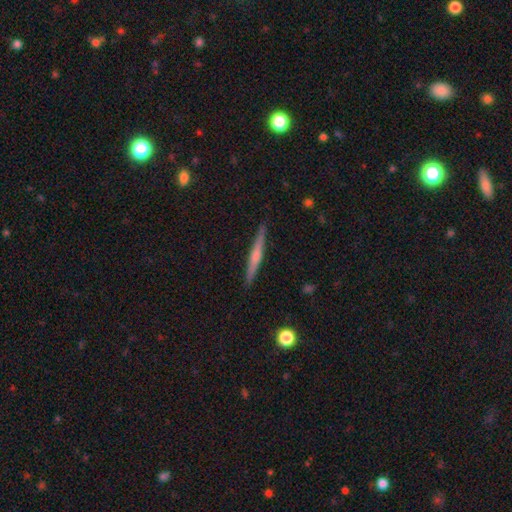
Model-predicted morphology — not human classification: This is possibly a featured or disk galaxy (59%). It is clearly viewed edge-on (98%). Edge-on bulge: likely rounded (62%). Merging: clearly none (91%).